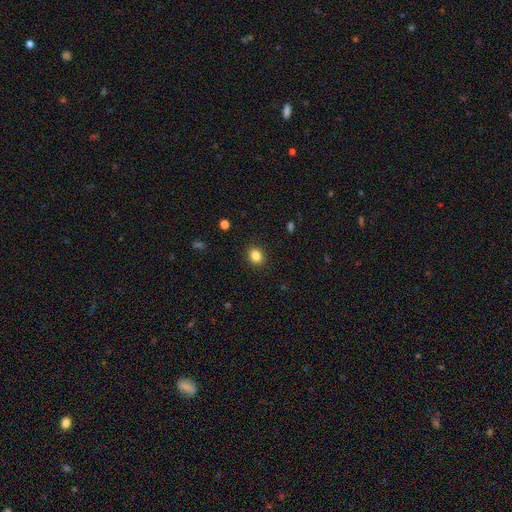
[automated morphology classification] smooth-or-featured: smooth: 85% | star or artifact: 10% | featured or disk: 5%
  how-rounded: round: 52% | in between: 47% | cigar-shaped: 1%
  merging: none: 90% | minor disturbance: 7% | major disturbance: 2% | merger: 1%